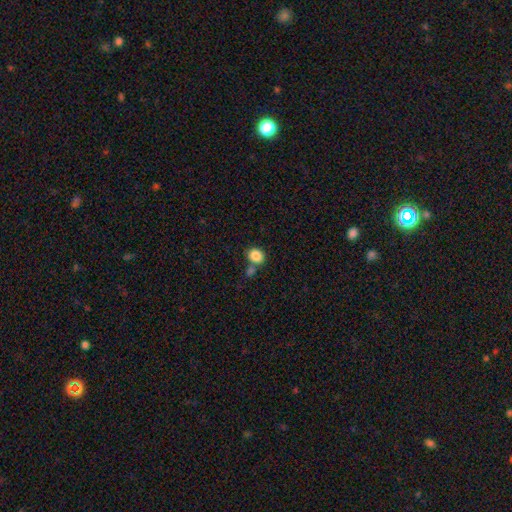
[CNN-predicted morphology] This appears to be a smooth galaxy with no disk features (86%) that is round (68%). Merging: none (63%).